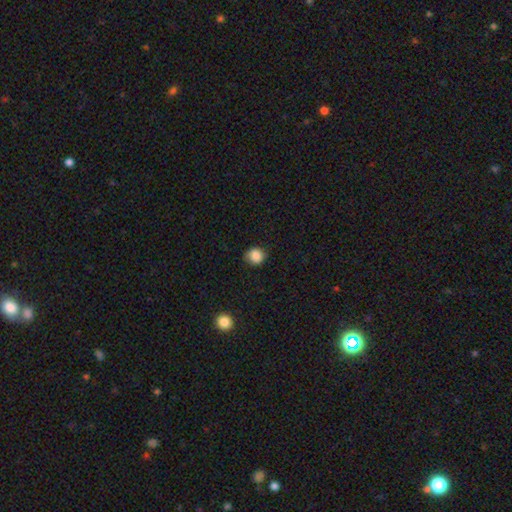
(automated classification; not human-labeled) Smooth or featured?
  - smooth: 86% *
  - star or artifact: 10%
  - featured or disk: 5%
How rounded?
  - round: 85% *
  - in between: 14%
  - cigar-shaped: 1%
Merging?
  - none: 78% *
  - minor disturbance: 17%
  - major disturbance: 3%
  - merger: 1%